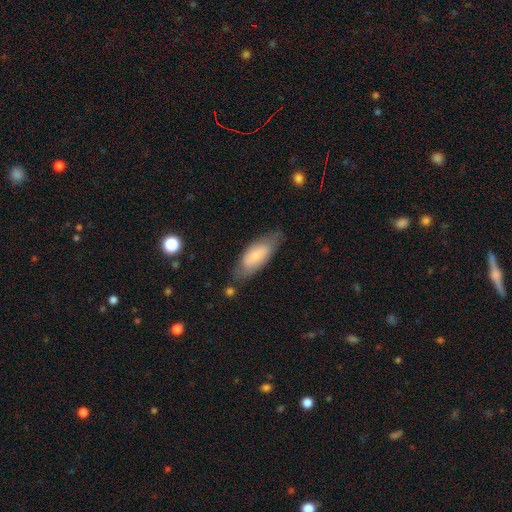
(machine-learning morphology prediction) This is likely a smooth galaxy (65%). How rounded: likely in between (77%). Merging: likely none (68%).